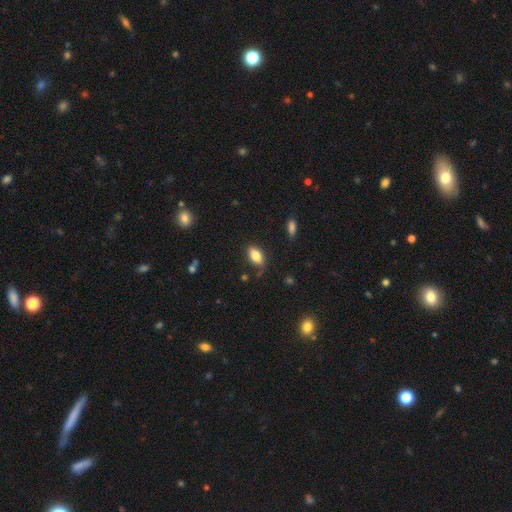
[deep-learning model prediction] Smooth or featured? smooth (82%)
How rounded? in between (90%)
Merging? none (69%)